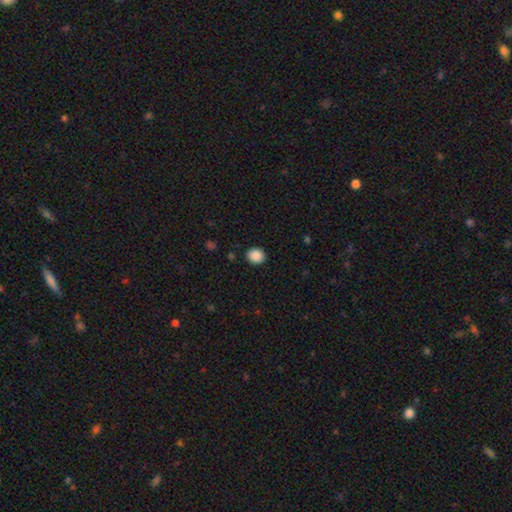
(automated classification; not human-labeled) This appears to be a smooth galaxy with no disk features (88%) that is round (76%). Merging: none (90%).